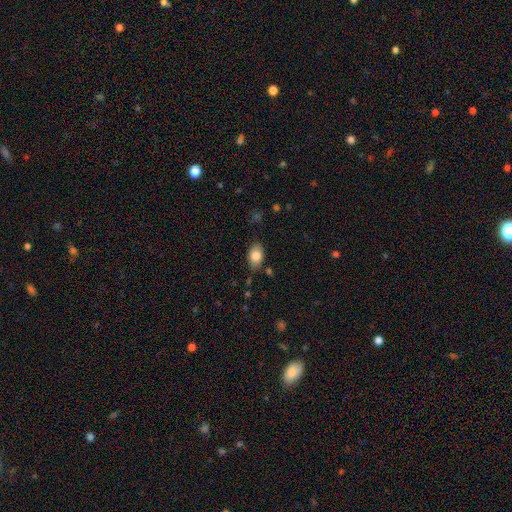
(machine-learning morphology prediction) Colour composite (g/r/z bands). It shows a smooth galaxy with no disk features (82%) that is in between round and cigar-shaped (87%). Merging: none (79%).